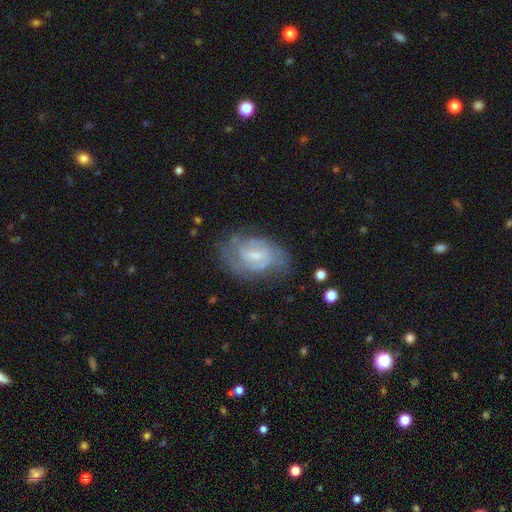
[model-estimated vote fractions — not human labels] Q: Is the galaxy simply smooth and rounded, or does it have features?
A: featured or disk — 72%.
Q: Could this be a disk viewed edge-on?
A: no — 96%.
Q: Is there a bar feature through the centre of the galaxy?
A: weak — 57%.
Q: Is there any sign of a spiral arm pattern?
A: yes — 82%.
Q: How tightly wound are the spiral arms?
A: tight — 45%.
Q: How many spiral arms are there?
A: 2 — 44%.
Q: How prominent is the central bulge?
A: small — 50%.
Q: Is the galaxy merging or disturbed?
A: none — 61%.